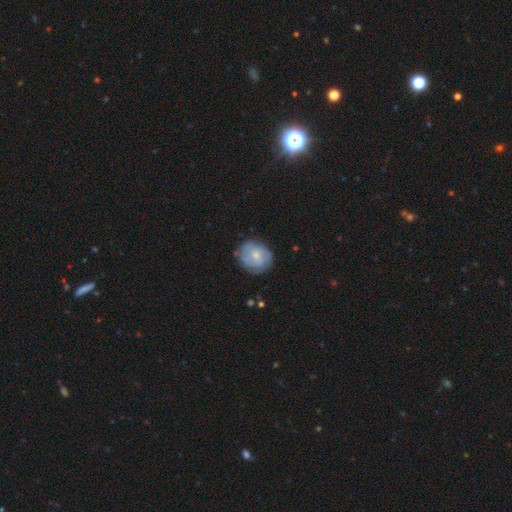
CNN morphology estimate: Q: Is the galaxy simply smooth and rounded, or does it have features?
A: smooth — 49%.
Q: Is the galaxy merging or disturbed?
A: none — 74%.